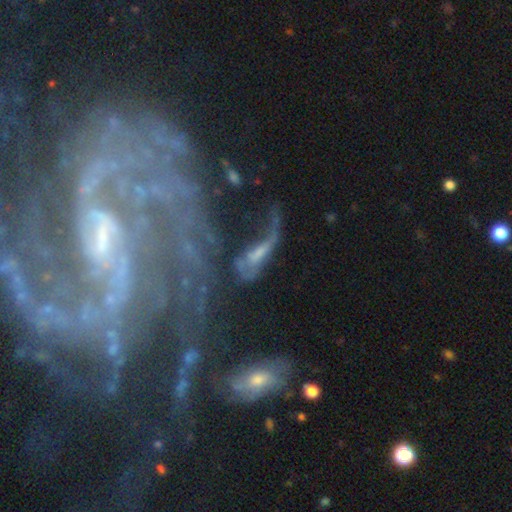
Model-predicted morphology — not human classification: Smooth or featured?
  - featured or disk: 54% *
  - smooth: 29%
  - star or artifact: 17%
Edge-on disk?
  - no: 79% *
  - yes: 21%
Merging?
  - major disturbance: 36% *
  - none: 27%
  - merger: 19%
  - minor disturbance: 18%